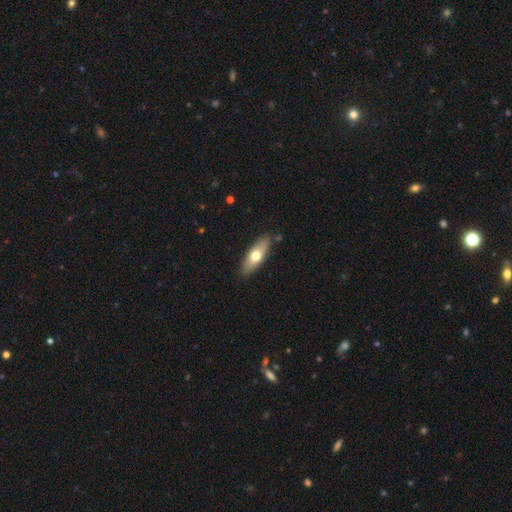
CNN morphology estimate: Smooth or featured?
  - smooth: 64% *
  - featured or disk: 30%
  - star or artifact: 6%
How rounded?
  - in between: 64% *
  - cigar-shaped: 33%
  - round: 3%
Merging?
  - none: 85% *
  - minor disturbance: 11%
  - major disturbance: 2%
  - merger: 2%